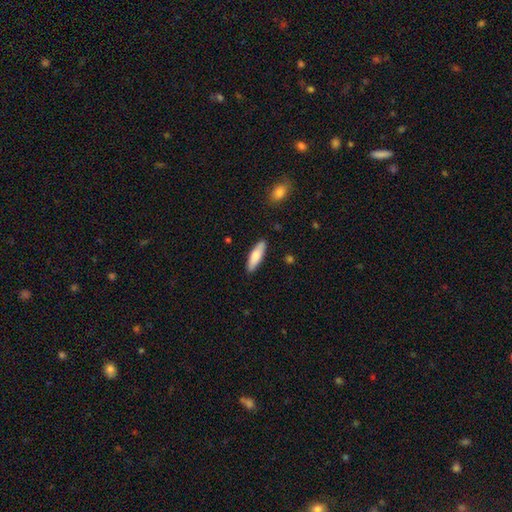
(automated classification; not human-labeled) Morphology: type=smooth (76%); roundness=cigar-shaped (55%); merging=none (87%).